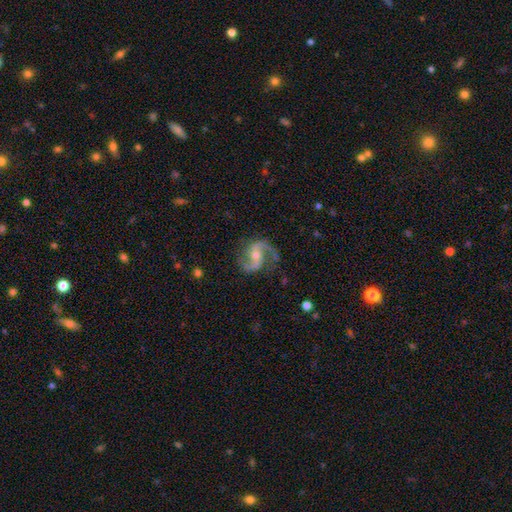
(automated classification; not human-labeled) A featured or disk galaxy (90%) with no bar (42%), 2 (93%) loose (48%) spiral arms (98%) and a small central bulge (49%). Merging: none (76%).